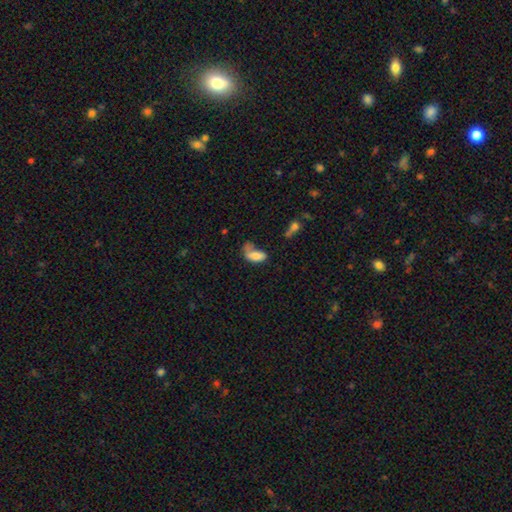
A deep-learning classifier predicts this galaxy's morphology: Smooth or featured? Predicted: smooth (p=0.75). How rounded? Predicted: in between (p=0.89). Merging? Predicted: major disturbance (p=0.32).